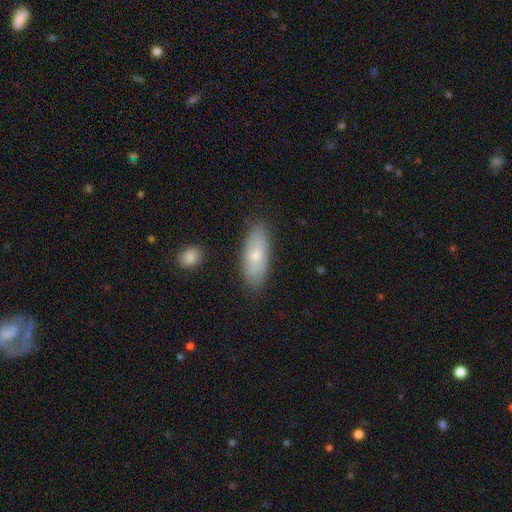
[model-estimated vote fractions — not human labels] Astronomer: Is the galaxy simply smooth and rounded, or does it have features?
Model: smooth — 72%.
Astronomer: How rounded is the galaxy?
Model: in between — 78%.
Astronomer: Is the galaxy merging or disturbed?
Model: none — 83%.